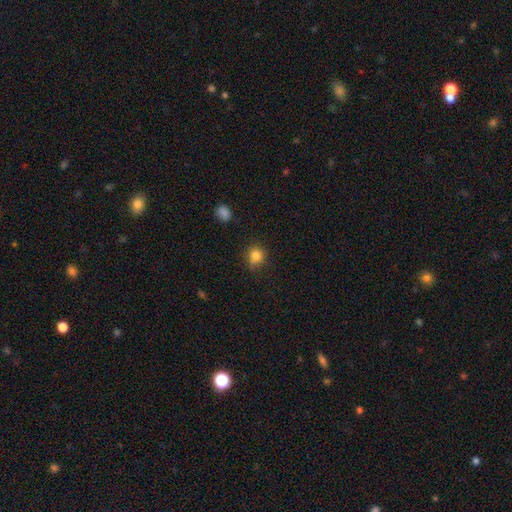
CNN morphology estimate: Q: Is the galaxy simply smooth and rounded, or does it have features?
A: smooth — 82%.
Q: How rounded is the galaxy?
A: round — 81%.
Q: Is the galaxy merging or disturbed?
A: none — 75%.